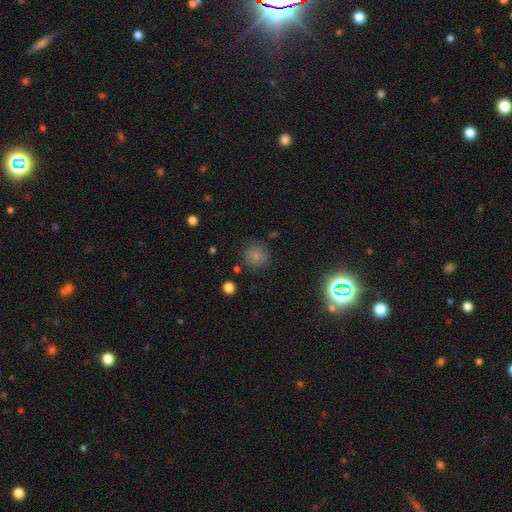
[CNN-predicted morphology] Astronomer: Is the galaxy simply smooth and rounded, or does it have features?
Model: smooth — 80%.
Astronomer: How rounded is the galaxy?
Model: round — 91%.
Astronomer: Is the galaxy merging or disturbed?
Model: none — 82%.